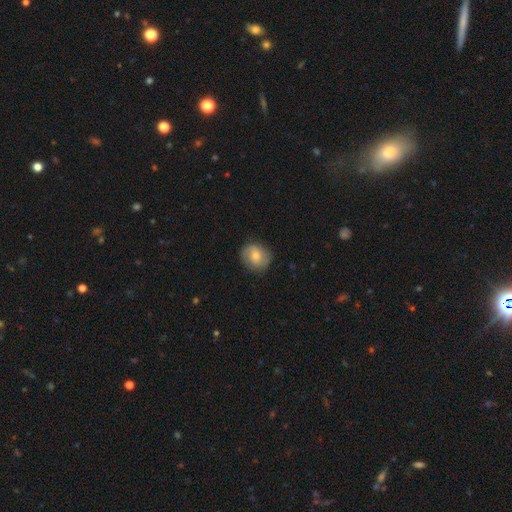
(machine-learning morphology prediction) A smooth galaxy with no disk features (59%) that is round (77%). Merging: none (82%).